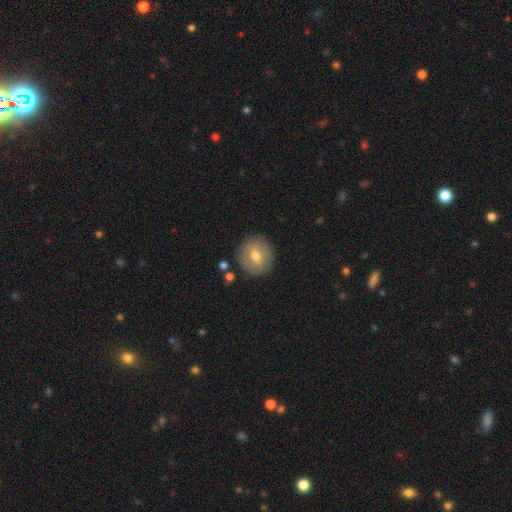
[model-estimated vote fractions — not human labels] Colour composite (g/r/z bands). It shows a smooth galaxy with no disk features (57%) that is round (85%). Merging: none (86%).